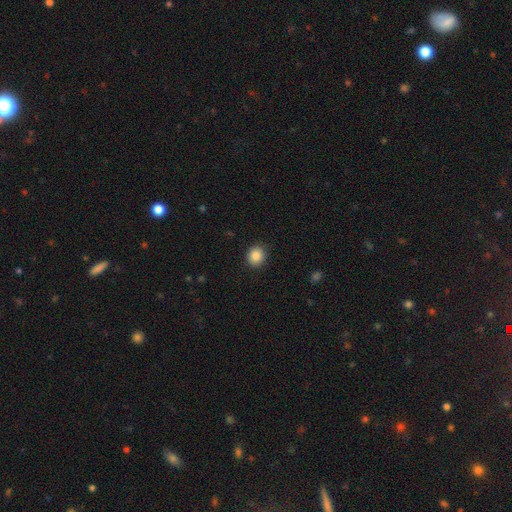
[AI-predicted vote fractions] Smooth or featured?
  - smooth: 87% *
  - star or artifact: 9%
  - featured or disk: 4%
How rounded?
  - round: 78% *
  - in between: 21%
  - cigar-shaped: 1%
Merging?
  - none: 90% *
  - minor disturbance: 7%
  - major disturbance: 2%
  - merger: 1%